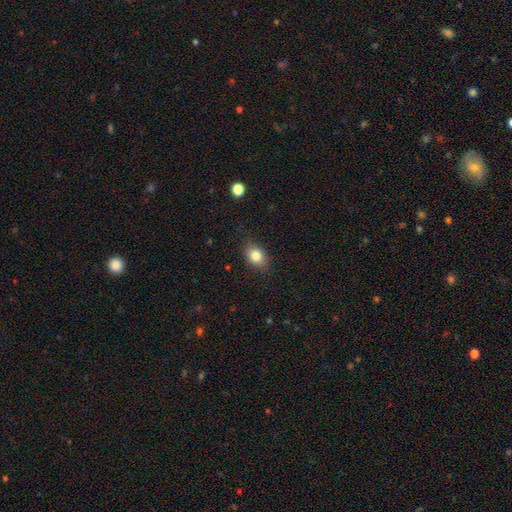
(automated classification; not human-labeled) Smooth or featured? smooth (81%)
How rounded? in between (72%)
Merging? none (82%)